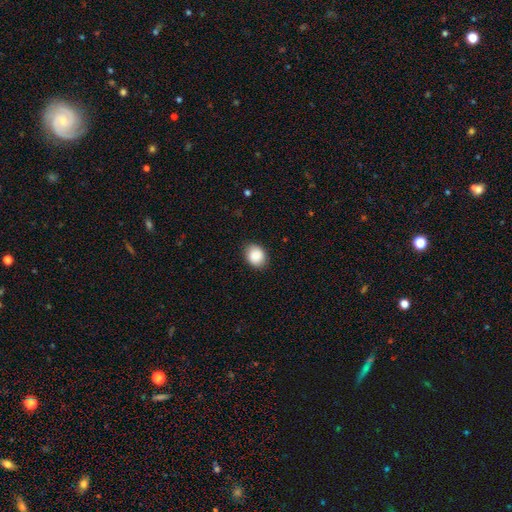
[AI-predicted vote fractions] A smooth galaxy with no disk features (89%) that is round (54%). Merging: none (85%).